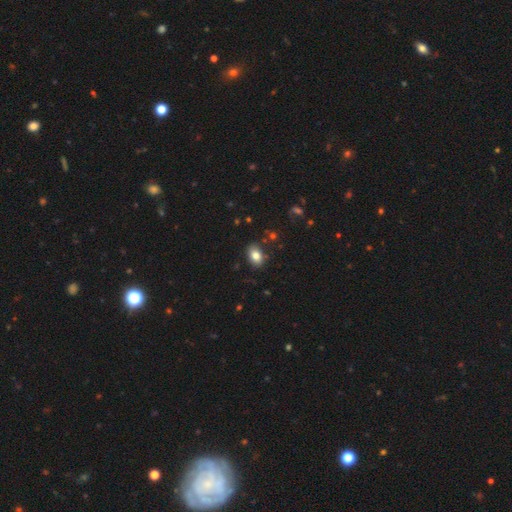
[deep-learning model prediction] Smooth or featured? Predicted: smooth (p=0.82). How rounded? Predicted: in between (p=0.82). Merging? Predicted: none (p=0.84).